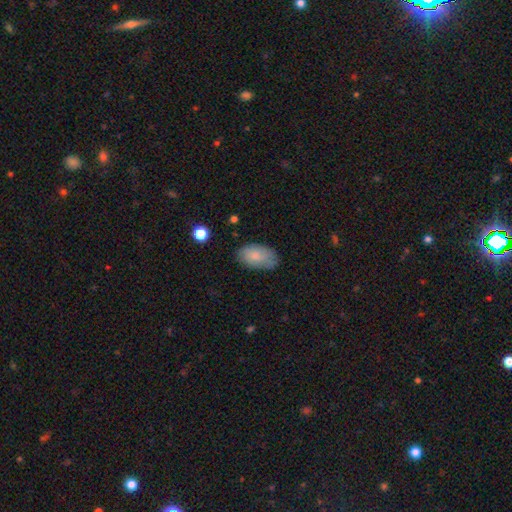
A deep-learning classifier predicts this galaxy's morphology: Smooth or featured? Predicted: smooth (p=0.78). How rounded? Predicted: in between (p=0.93). Merging? Predicted: none (p=0.73).